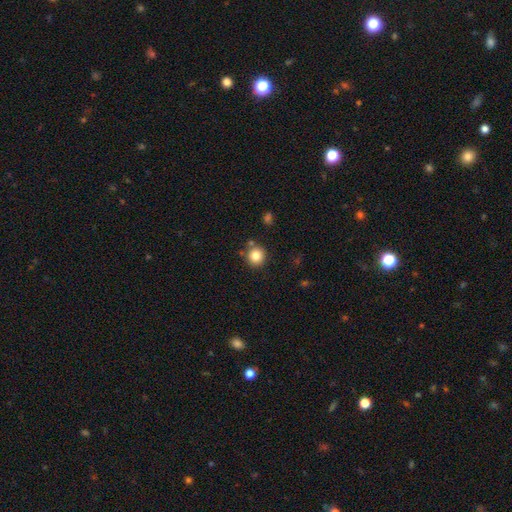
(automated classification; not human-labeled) Overall: smooth (82%). How rounded: round (93%). Merging: none (83%).